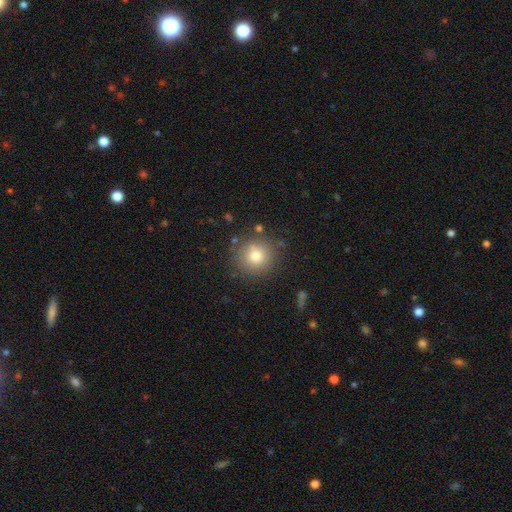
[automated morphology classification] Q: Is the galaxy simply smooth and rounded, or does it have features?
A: smooth — 78%.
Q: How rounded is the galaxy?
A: round — 91%.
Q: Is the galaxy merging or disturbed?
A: none — 84%.